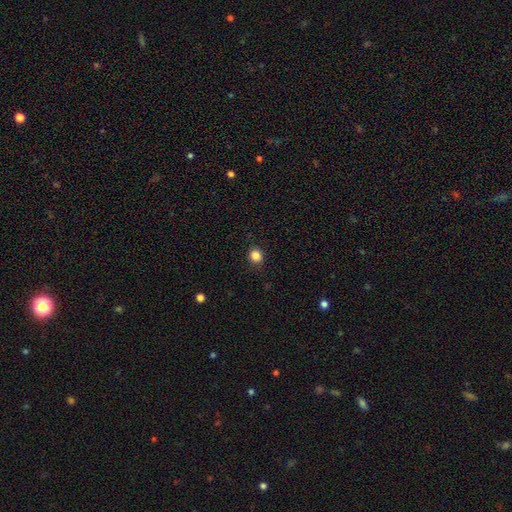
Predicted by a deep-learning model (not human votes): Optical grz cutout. It shows a smooth galaxy with no disk features (85%) that is round (84%). Merging: none (89%).